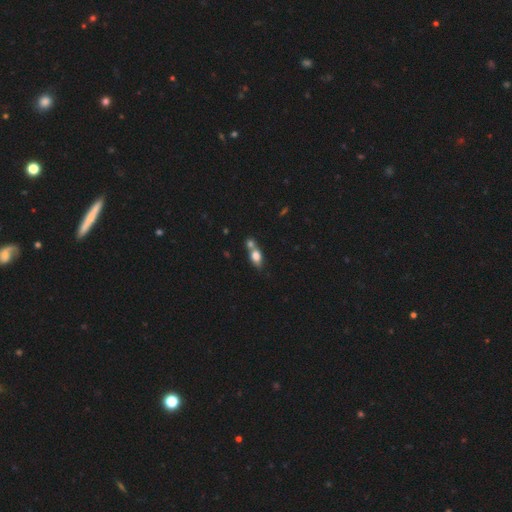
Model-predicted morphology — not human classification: A smooth galaxy with no disk features (77%) that is in between round and cigar-shaped (72%).

Vote fractions:
- Smooth or featured? smooth: 77% / featured or disk: 14% / star or artifact: 9%
- How rounded? in between: 72% / round: 21% / cigar-shaped: 7%
- Merging? merger: 51% / none: 34% / minor disturbance: 10% / major disturbance: 4%